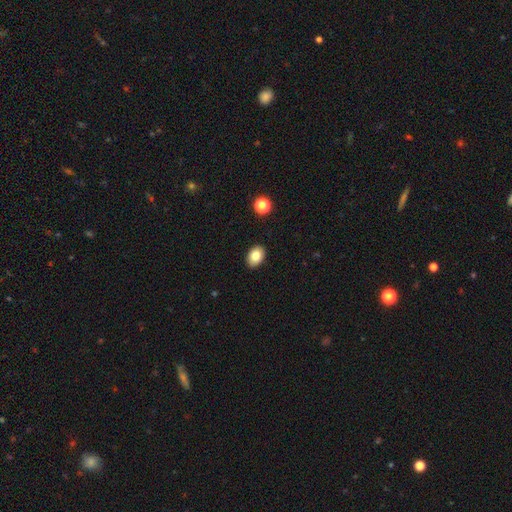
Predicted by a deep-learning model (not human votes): smooth 82%, featured or disk 9%, star or artifact 9%. Down the decision tree: how rounded — in between (79%); merging — none (89%).